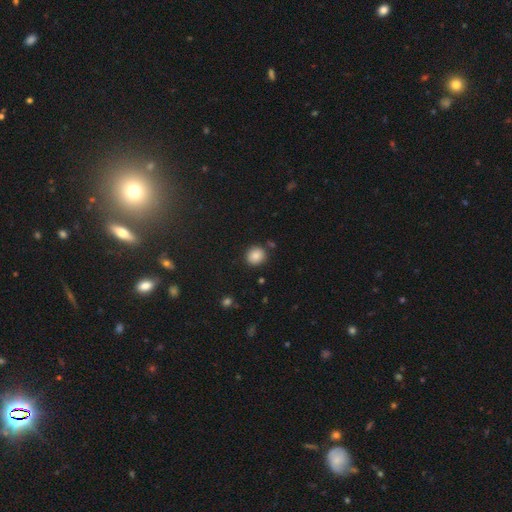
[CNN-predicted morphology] Smooth or featured: smooth — 85% (star or artifact — 10%)
How rounded: round — 88% (in between — 11%)
Merging: none — 86% (minor disturbance — 8%)